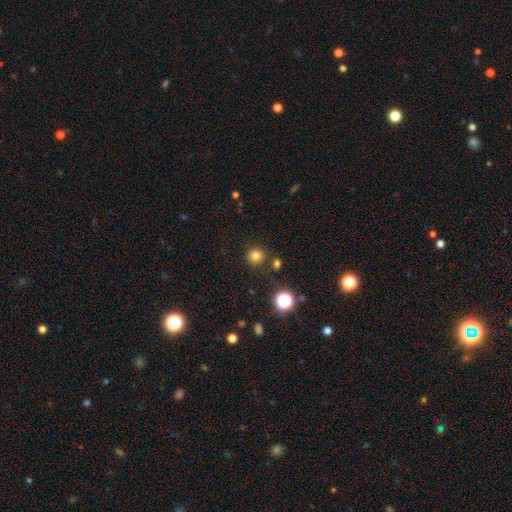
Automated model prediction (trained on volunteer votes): This appears to be a smooth galaxy with no disk features (79%) that is round (94%). Merging: none (84%).